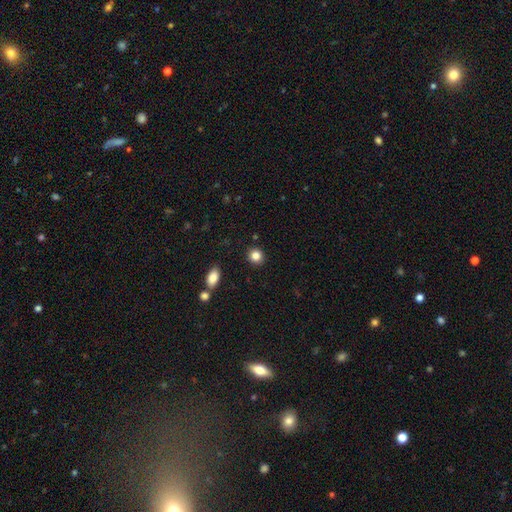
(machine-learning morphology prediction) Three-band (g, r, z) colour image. It shows a smooth galaxy with no disk features (85%) that is round (85%). Merging: none (90%).